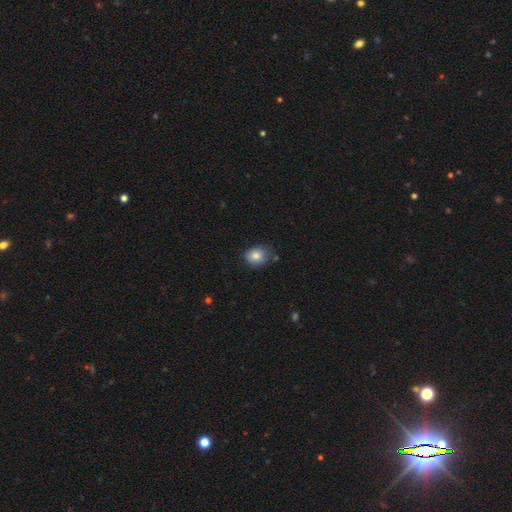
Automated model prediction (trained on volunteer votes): smooth_or_featured: smooth (p=0.84) [alt: star or artifact p=0.09]
how_rounded: round (p=0.63) [alt: in between p=0.36]
merging: none (p=0.75) [alt: minor disturbance p=0.19]